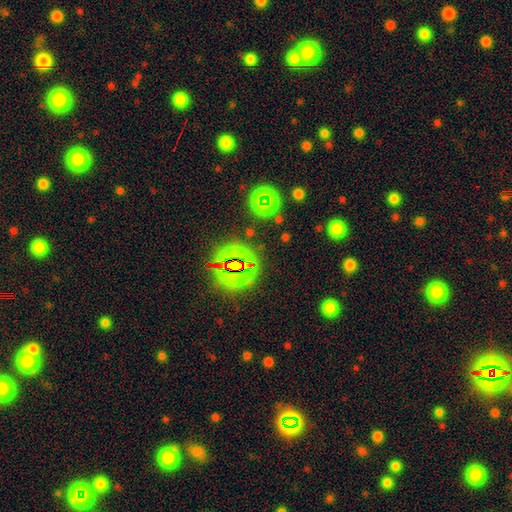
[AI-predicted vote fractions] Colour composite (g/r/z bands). It shows a star or artifact, not a galaxy (75%).